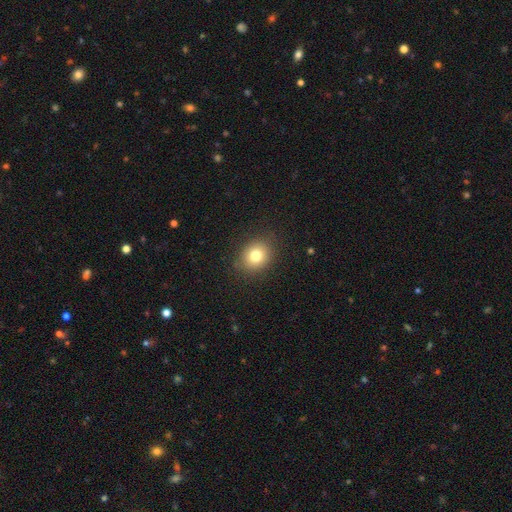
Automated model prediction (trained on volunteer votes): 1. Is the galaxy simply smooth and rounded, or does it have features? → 79% smooth, 12% star or artifact, 10% featured or disk.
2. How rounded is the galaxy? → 64% round, 35% in between, 1% cigar-shaped.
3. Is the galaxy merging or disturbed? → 86% none, 9% minor disturbance, 3% major disturbance, 1% merger.